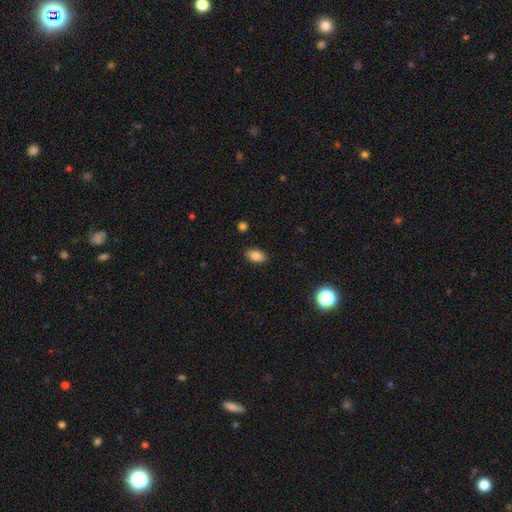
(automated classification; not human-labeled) The model was most divided on "smooth or featured": smooth: 84%, star or artifact: 9%, featured or disk: 7%. More confident: how rounded — in between (92%); merging — none (88%).